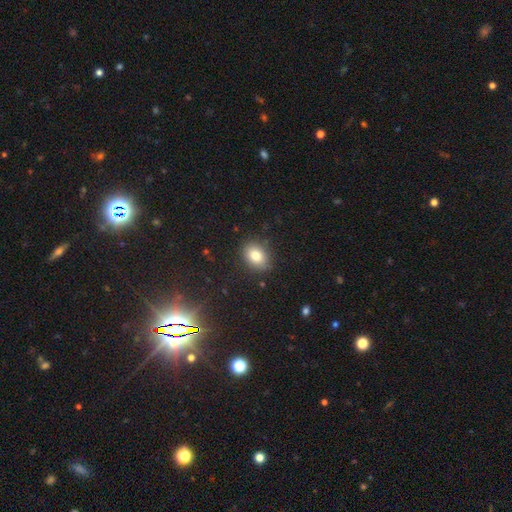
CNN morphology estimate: The model was most divided on "how rounded": in between: 64%, round: 35%, cigar-shaped: 1%. More confident: merging — none (85%); smooth or featured — smooth (81%).